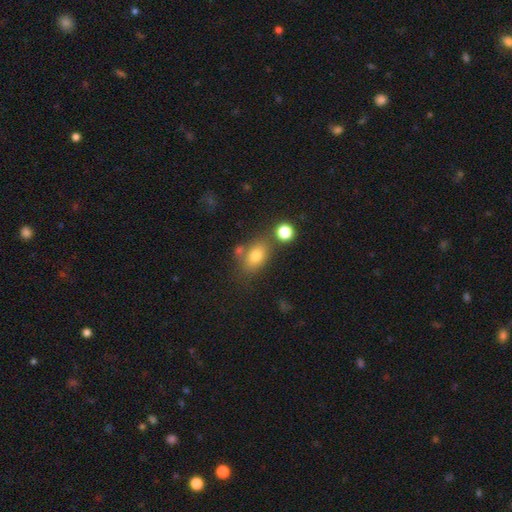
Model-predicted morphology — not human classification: A smooth galaxy with no disk features (75%) that is in between round and cigar-shaped (76%). Merging: none (64%).